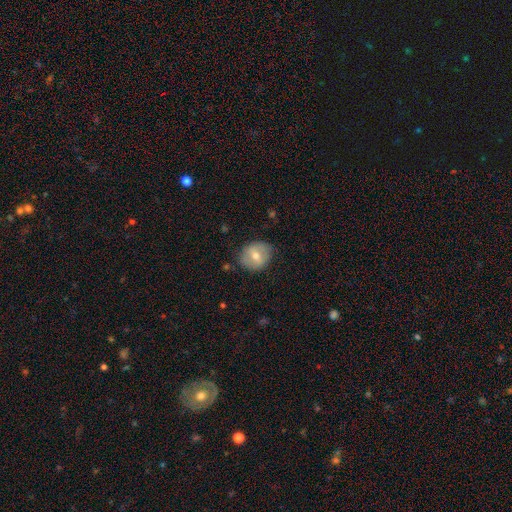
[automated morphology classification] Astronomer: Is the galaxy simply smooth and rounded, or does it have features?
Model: smooth — 58% (runner-up: featured or disk, 34%).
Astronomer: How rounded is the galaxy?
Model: round — 69%.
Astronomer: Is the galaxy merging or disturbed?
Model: none — 80%.